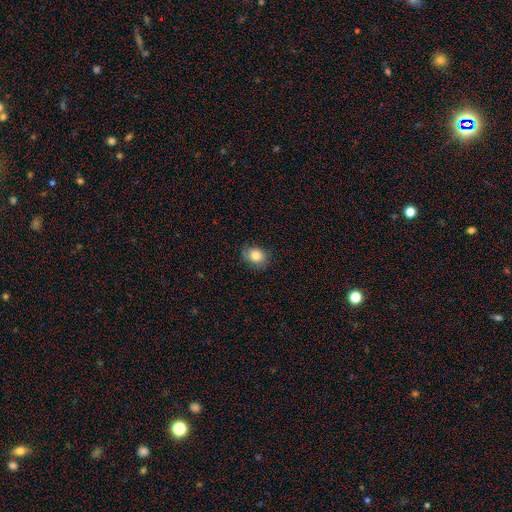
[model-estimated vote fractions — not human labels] smooth_or_featured: smooth (p=0.81) [alt: star or artifact p=0.09]
how_rounded: in between (p=0.52) [alt: round p=0.47]
merging: none (p=0.75) [alt: minor disturbance p=0.20]